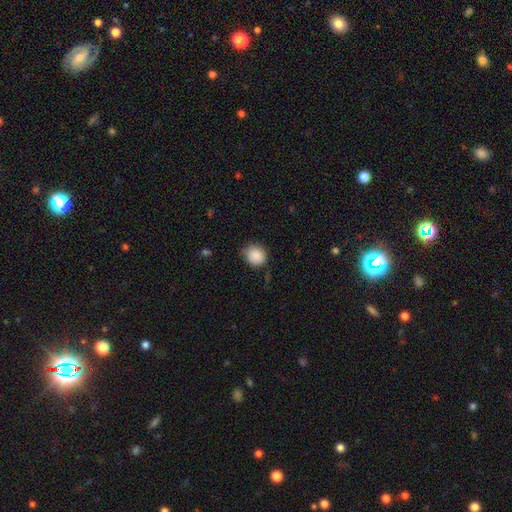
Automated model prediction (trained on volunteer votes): Smooth or featured: smooth — 88% (star or artifact — 8%)
How rounded: round — 79% (in between — 20%)
Merging: none — 73% (minor disturbance — 21%)